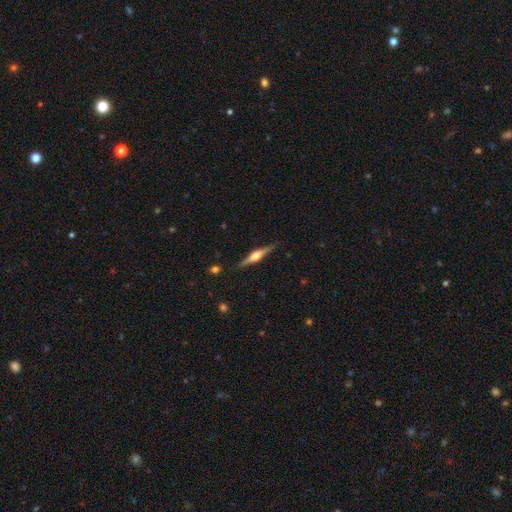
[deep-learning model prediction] A featured or disk galaxy (72%) viewed edge-on (98%) with a rounded central bulge (88%). Merging: none (88%).